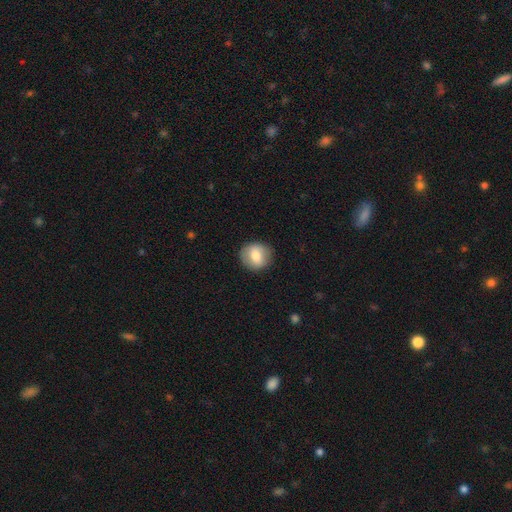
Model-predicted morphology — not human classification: Smooth or featured? Predicted: smooth (p=0.71). How rounded? Predicted: round (p=0.84). Merging? Predicted: none (p=0.87).